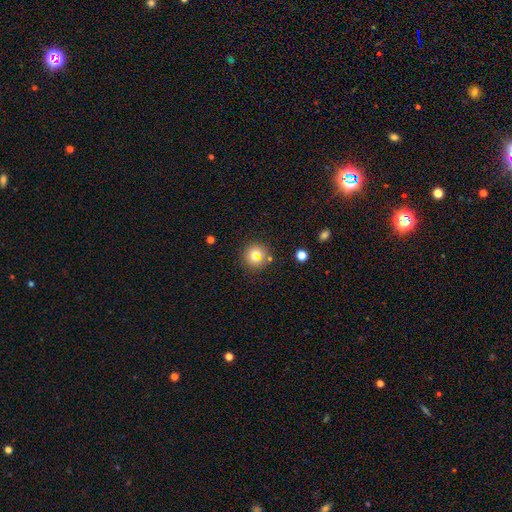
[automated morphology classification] Smooth or featured? Predicted: smooth (p=0.69). How rounded? Predicted: round (p=0.93). Merging? Predicted: none (p=0.85).